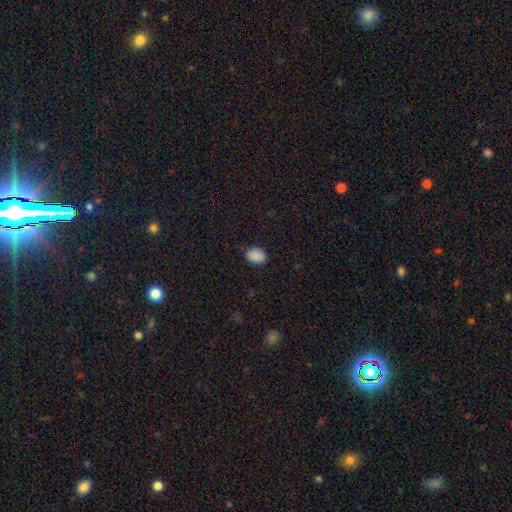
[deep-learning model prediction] Smooth or featured: smooth — 89% (star or artifact — 8%)
How rounded: in between — 76% (round — 23%)
Merging: none — 88% (minor disturbance — 9%)